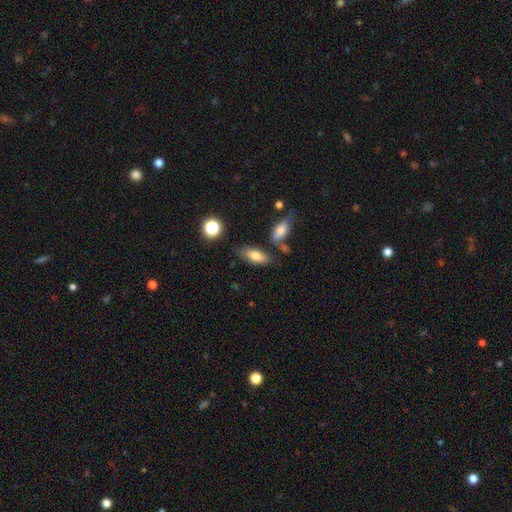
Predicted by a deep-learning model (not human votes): Smooth or featured?
  - smooth: 75% *
  - featured or disk: 17%
  - star or artifact: 8%
How rounded?
  - in between: 79% *
  - cigar-shaped: 18%
  - round: 3%
Merging?
  - none: 69% *
  - minor disturbance: 16%
  - merger: 10%
  - major disturbance: 4%